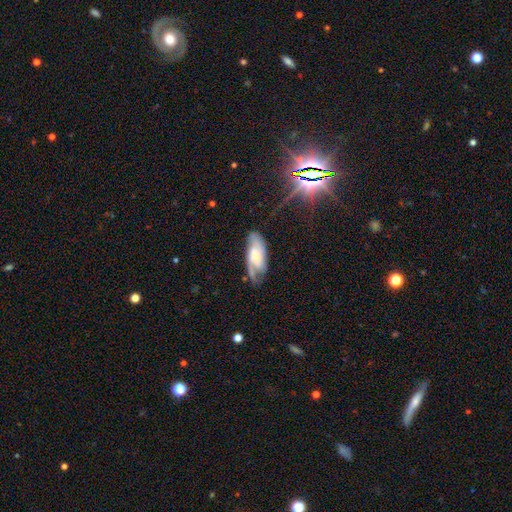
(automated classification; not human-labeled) smooth_or_featured: featured or disk (p=0.66) [alt: smooth p=0.27]
disk_edge_on: no (p=0.90) [alt: yes p=0.10]
bar: no (p=0.57) [alt: weak p=0.33]
has_spiral_arms: yes (p=0.91) [alt: no p=0.09]
spiral_winding: medium (p=0.45) [alt: tight p=0.33]
spiral_arm_count: 2 (p=0.57) [alt: can't tell p=0.19]
bulge_size: moderate (p=0.39) [alt: small p=0.35]
merging: none (p=0.64) [alt: minor disturbance p=0.24]